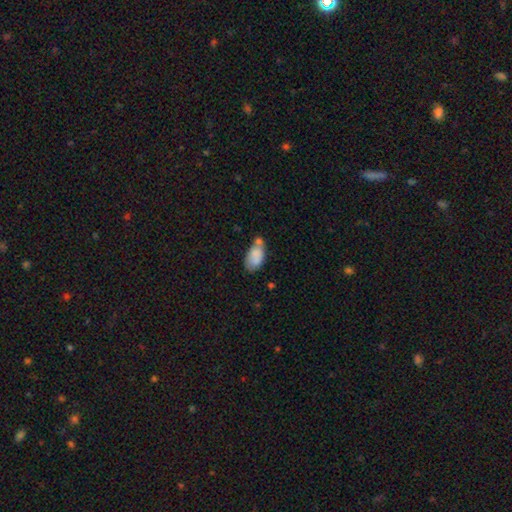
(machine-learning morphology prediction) Smooth or featured? smooth (80%)
How rounded? in between (93%)
Merging? none (40%)